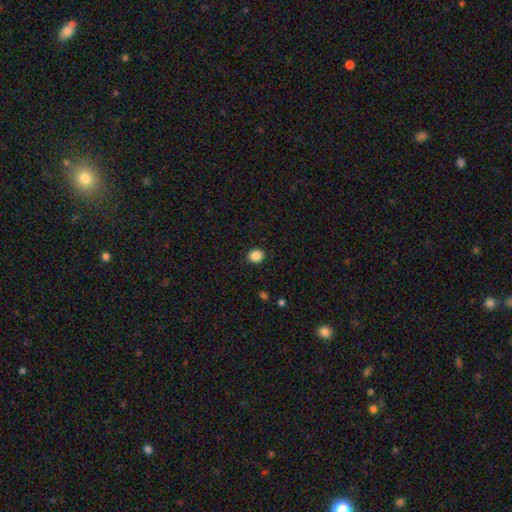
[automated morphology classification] Smooth or featured: smooth — 87% (star or artifact — 10%)
How rounded: round — 65% (in between — 34%)
Merging: none — 90% (minor disturbance — 7%)